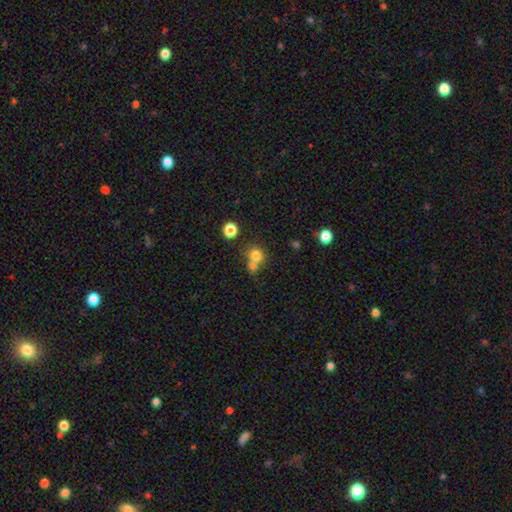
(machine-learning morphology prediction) Q: Smooth or featured?
A: smooth (76%); runner-up: star or artifact (14%)
Q: How rounded?
A: round (80%); runner-up: in between (19%)
Q: Merging?
A: merger (46%); runner-up: none (43%)